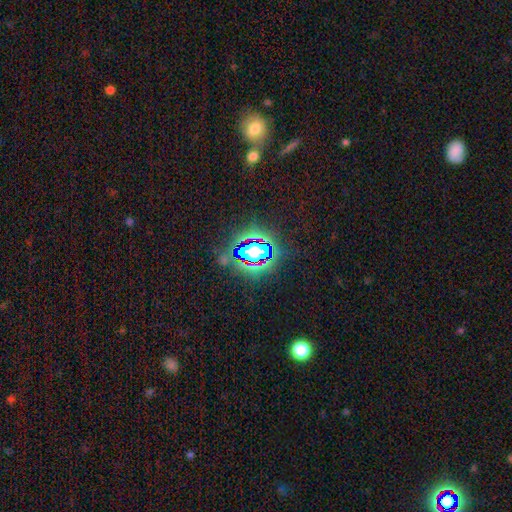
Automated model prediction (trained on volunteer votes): Smooth or featured? Predicted: star or artifact (p=0.72).